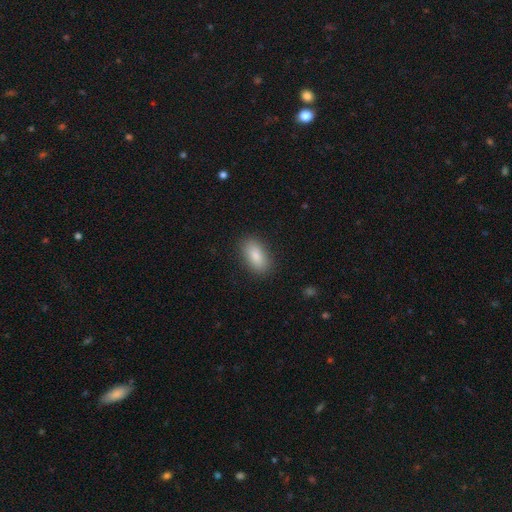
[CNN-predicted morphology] This appears to be a smooth galaxy with no disk features (87%) that is in between round and cigar-shaped (91%). Merging: none (87%).